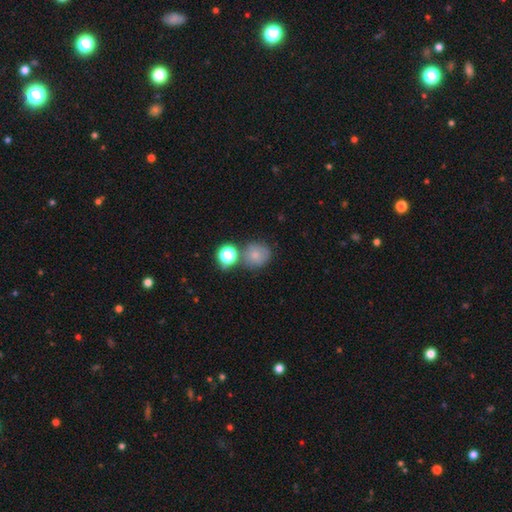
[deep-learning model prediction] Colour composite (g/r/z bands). It shows a smooth galaxy with no disk features (72%) that is round (84%). Merging: none (60%).